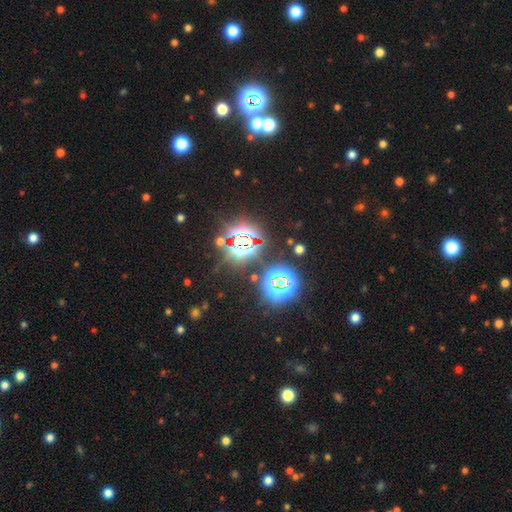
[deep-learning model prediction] The model was most divided on "smooth or featured": star or artifact: 83%, smooth: 11%, featured or disk: 6%.